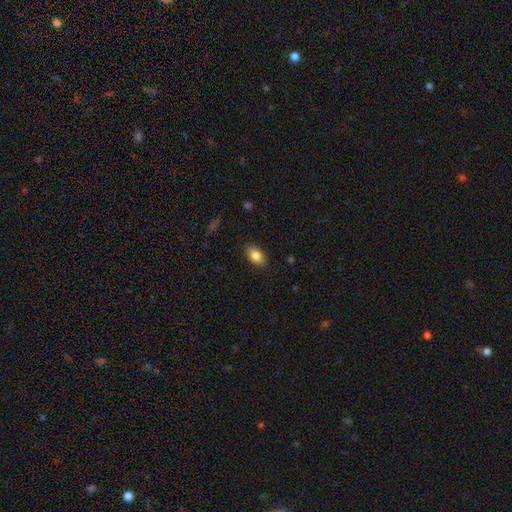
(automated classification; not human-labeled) smooth-or-featured: smooth: 85% | star or artifact: 8% | featured or disk: 7%
  how-rounded: in between: 89% | round: 9% | cigar-shaped: 2%
  merging: none: 87% | minor disturbance: 10% | major disturbance: 2% | merger: 1%